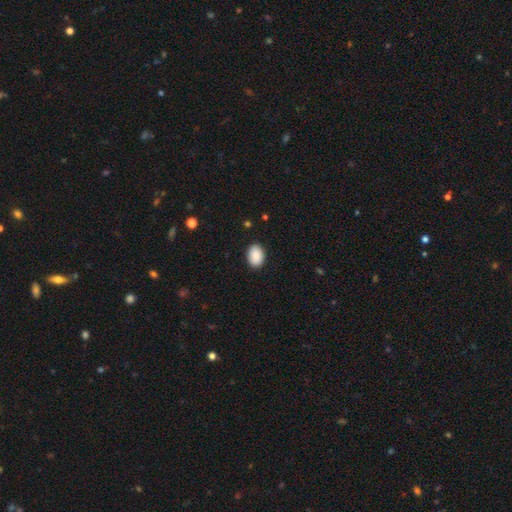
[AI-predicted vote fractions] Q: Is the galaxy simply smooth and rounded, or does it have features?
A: smooth — 90%.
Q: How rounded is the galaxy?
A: in between — 81%.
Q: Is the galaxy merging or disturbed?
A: none — 88%.